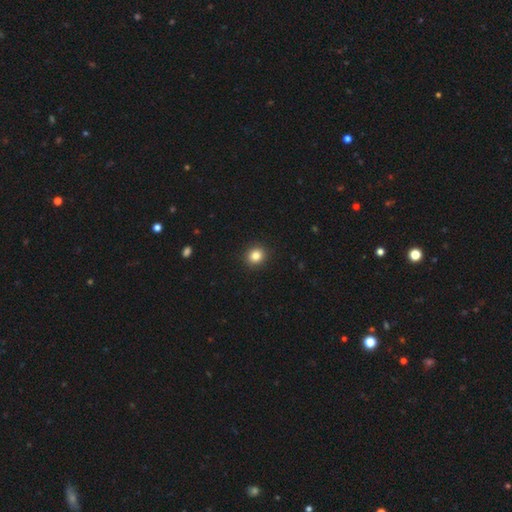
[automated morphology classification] smooth-or-featured: smooth: 84% | star or artifact: 11% | featured or disk: 5%
  how-rounded: round: 84% | in between: 15% | cigar-shaped: 1%
  merging: none: 92% | minor disturbance: 5% | major disturbance: 2% | merger: 1%